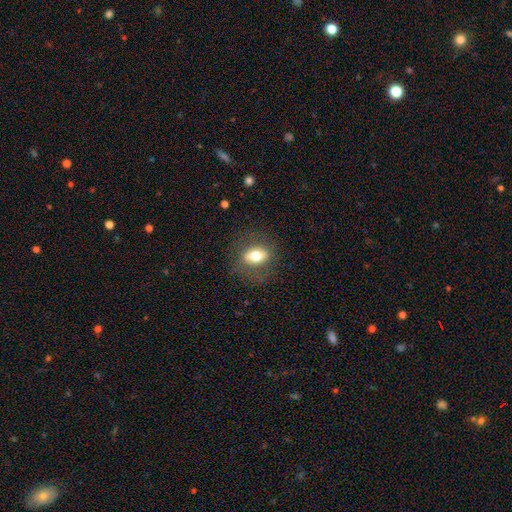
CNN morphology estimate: smooth_or_featured: smooth (p=0.65) [alt: featured or disk p=0.26]
how_rounded: in between (p=0.72) [alt: round p=0.25]
merging: none (p=0.77) [alt: minor disturbance p=0.14]